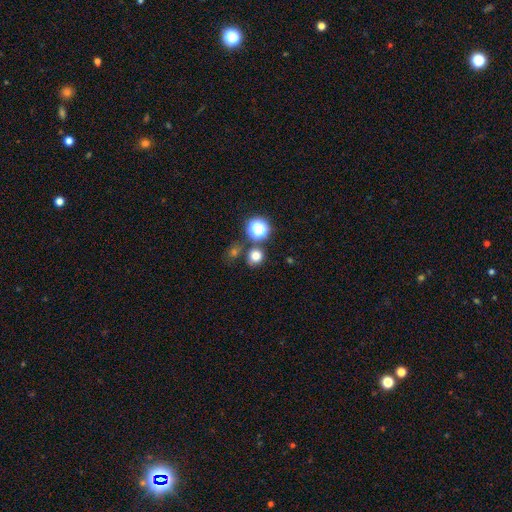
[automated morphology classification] smooth_or_featured: smooth (p=0.74) [alt: star or artifact p=0.21]
how_rounded: round (p=0.86) [alt: in between p=0.13]
merging: none (p=0.76) [alt: merger p=0.12]